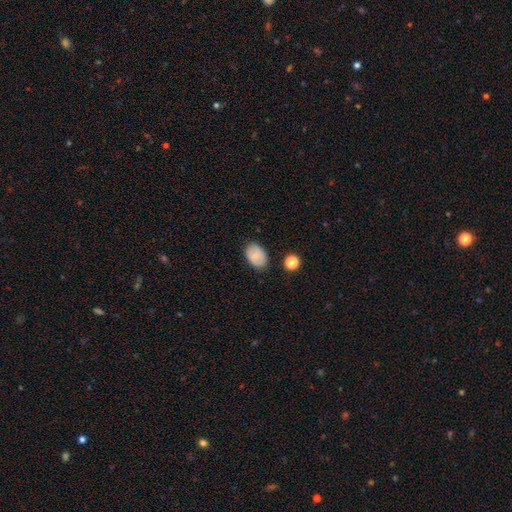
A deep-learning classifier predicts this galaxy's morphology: type=smooth (76%); roundness=in between (86%); merging=none (82%).